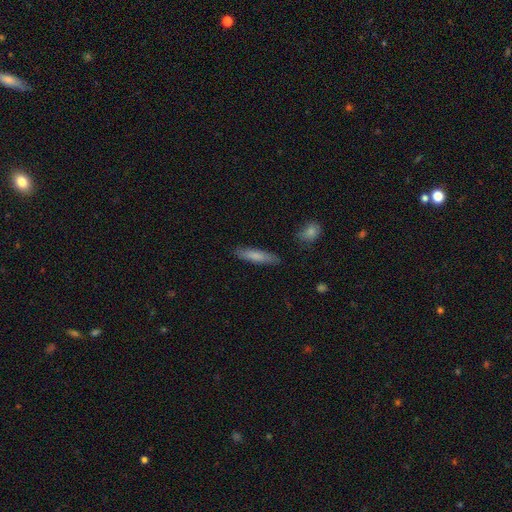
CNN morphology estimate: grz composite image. It shows a smooth galaxy with no disk features (79%) that is cigar-shaped (81%). Merging: none (86%).